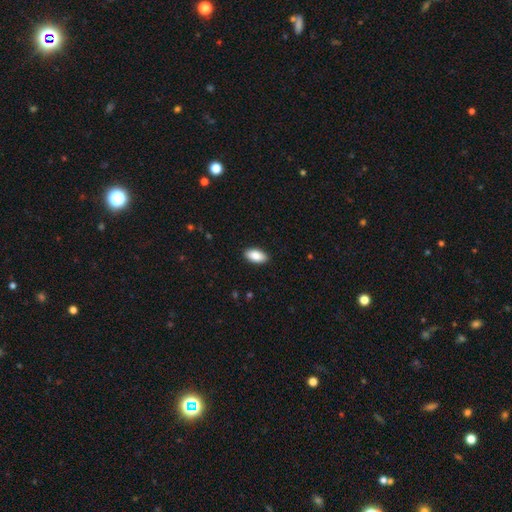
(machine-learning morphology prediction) smooth_or_featured: smooth (p=0.89) [alt: star or artifact p=0.06]
how_rounded: in between (p=0.94) [alt: cigar-shaped p=0.04]
merging: none (p=0.90) [alt: minor disturbance p=0.08]